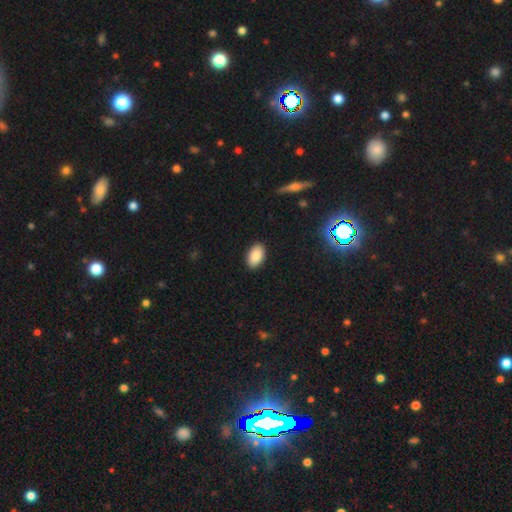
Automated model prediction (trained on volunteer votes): Smooth or featured: smooth — 88% (star or artifact — 7%)
How rounded: in between — 93% (round — 6%)
Merging: none — 90% (minor disturbance — 7%)